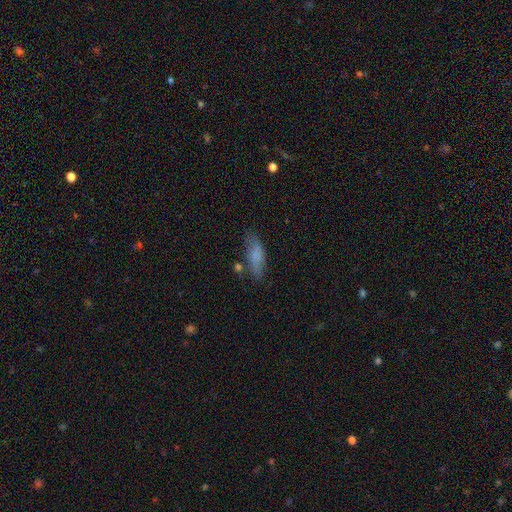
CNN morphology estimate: A smooth galaxy with no disk features (76%) that is in between round and cigar-shaped (60%). Merging: none (68%).